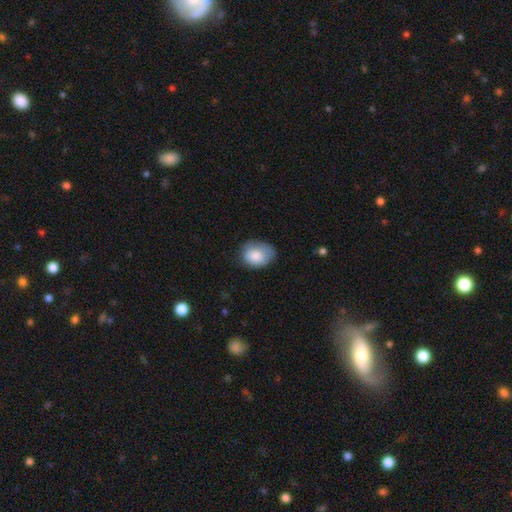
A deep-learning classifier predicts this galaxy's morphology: Overall: smooth (83%). How rounded: in between (64%; round 35%). Merging: none (62%; minor disturbance 29%).